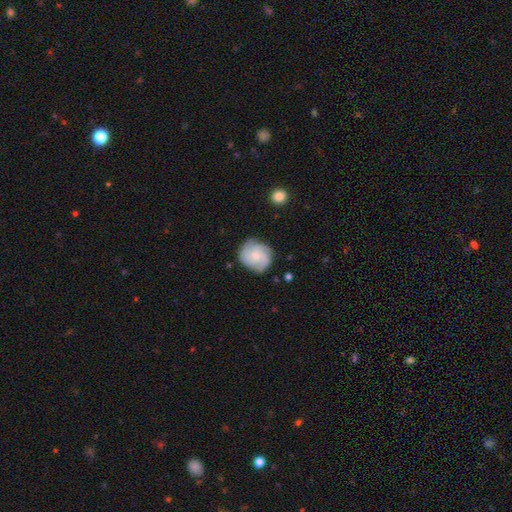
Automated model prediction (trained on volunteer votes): Q: Smooth or featured?
A: featured or disk (72%); runner-up: smooth (22%)
Q: Edge-on disk?
A: no (98%); runner-up: yes (2%)
Q: Bar?
A: no (73%); runner-up: weak (24%)
Q: Spiral arms?
A: yes (96%); runner-up: no (4%)
Q: Spiral winding?
A: tight (53%); runner-up: medium (38%)
Q: Spiral arm count?
A: 3 (46%); runner-up: 4 (20%)
Q: Bulge size?
A: small (62%); runner-up: moderate (31%)
Q: Merging?
A: none (80%); runner-up: minor disturbance (15%)